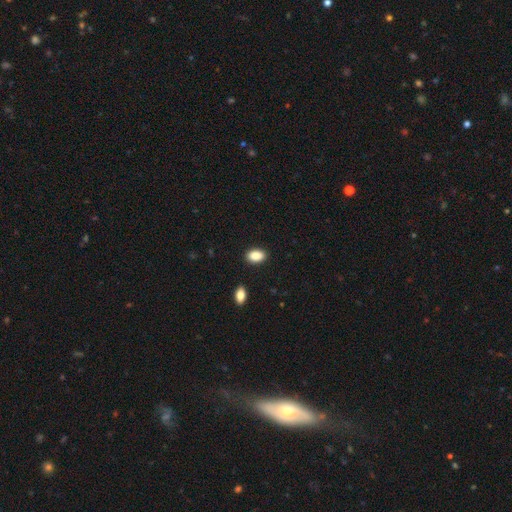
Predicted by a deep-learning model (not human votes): Smooth or featured: smooth — 89% (star or artifact — 7%)
How rounded: in between — 89% (round — 9%)
Merging: none — 88% (minor disturbance — 8%)